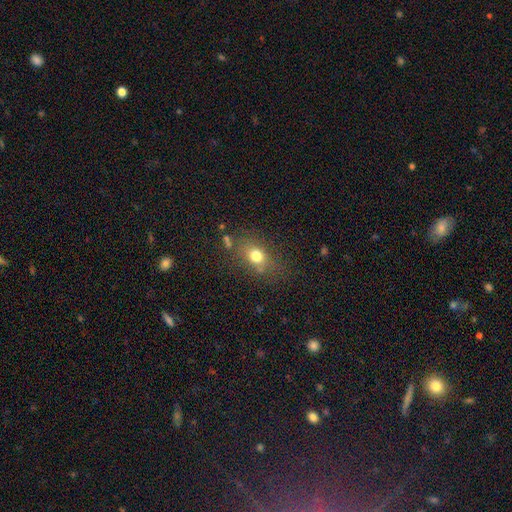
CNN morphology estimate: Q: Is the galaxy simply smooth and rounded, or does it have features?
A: smooth — 74%.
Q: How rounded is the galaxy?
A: in between — 58%.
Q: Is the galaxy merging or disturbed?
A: none — 70%.